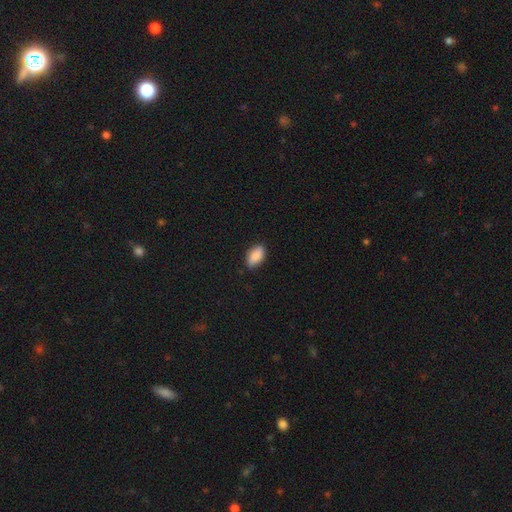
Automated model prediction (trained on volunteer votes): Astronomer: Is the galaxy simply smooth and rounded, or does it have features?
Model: smooth — 87%.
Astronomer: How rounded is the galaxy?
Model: in between — 92%.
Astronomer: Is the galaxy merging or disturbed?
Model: none — 85%.